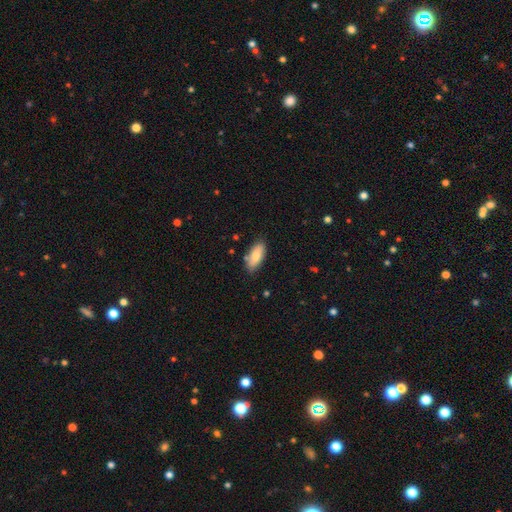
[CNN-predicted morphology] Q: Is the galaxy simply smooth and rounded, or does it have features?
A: smooth — 81%.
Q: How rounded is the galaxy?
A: in between — 84%.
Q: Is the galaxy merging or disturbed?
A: none — 79%.